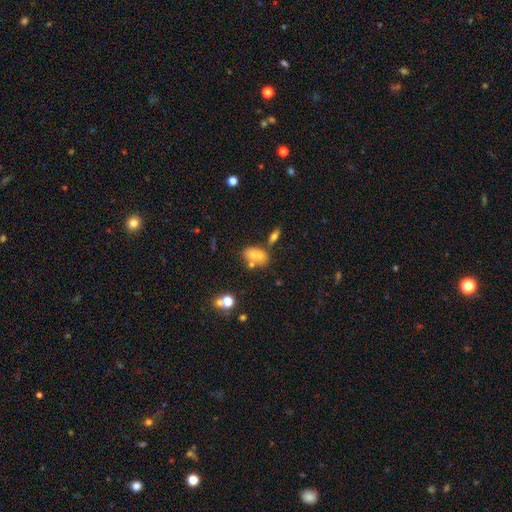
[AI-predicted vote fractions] Smooth or featured? Predicted: smooth (p=0.64). How rounded? Predicted: in between (p=0.74). Merging? Predicted: merger (p=0.44).